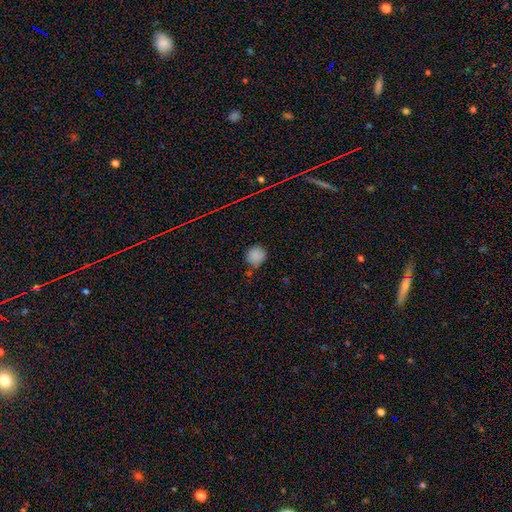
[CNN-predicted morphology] This is clearly a smooth galaxy (83%). How rounded: clearly round (91%). Merging: likely none (71%).